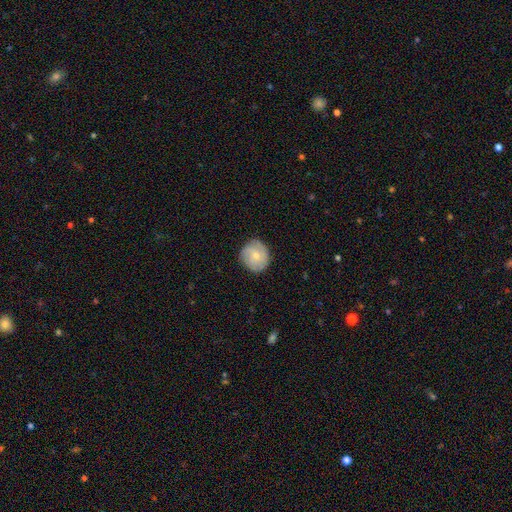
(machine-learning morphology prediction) This is possibly a smooth galaxy (50%). How rounded: clearly round (87%). Merging: likely none (80%).